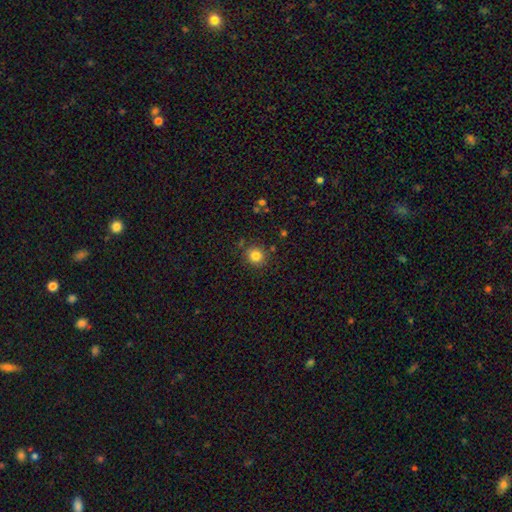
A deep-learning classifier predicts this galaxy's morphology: Smooth or featured? Predicted: smooth (p=0.82). How rounded? Predicted: round (p=0.88). Merging? Predicted: none (p=0.84).